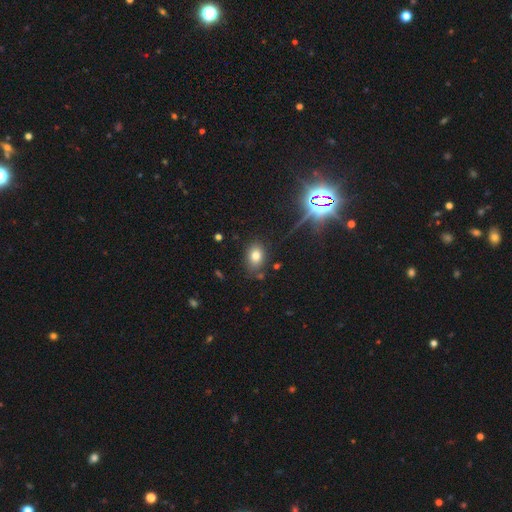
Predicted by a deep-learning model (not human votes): This appears to be a smooth galaxy with no disk features (76%) that is in between round and cigar-shaped (74%). Merging: none (80%).